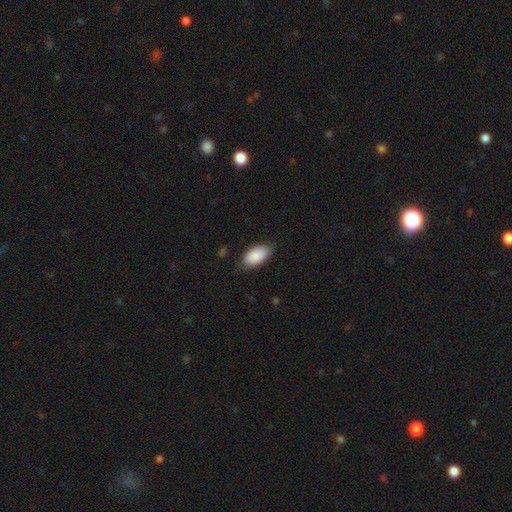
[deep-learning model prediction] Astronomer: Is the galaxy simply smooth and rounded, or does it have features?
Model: smooth — 89%.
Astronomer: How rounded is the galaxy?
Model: in between — 95%.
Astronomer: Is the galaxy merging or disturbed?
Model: none — 76%.